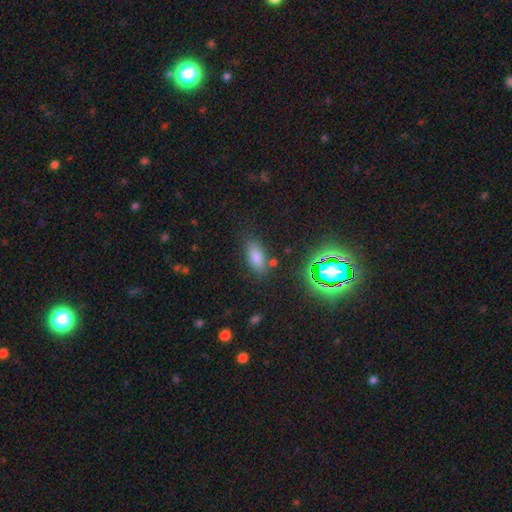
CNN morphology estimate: This is likely a smooth galaxy (74%). How rounded: clearly in between (83%). Merging: likely none (78%).